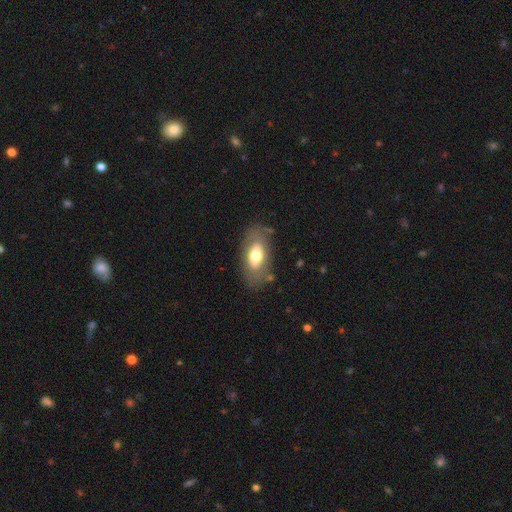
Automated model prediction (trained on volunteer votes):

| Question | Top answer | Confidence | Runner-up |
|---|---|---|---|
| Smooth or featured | smooth | 62% | featured or disk (32%) |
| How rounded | in between | 90% | round (5%) |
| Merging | none | 76% | minor disturbance (15%) |